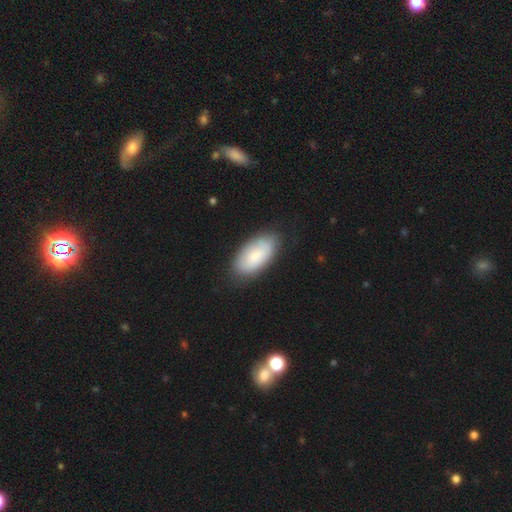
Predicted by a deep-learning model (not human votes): A smooth galaxy with no disk features (80%) that is in between round and cigar-shaped (94%). Merging: none (79%).